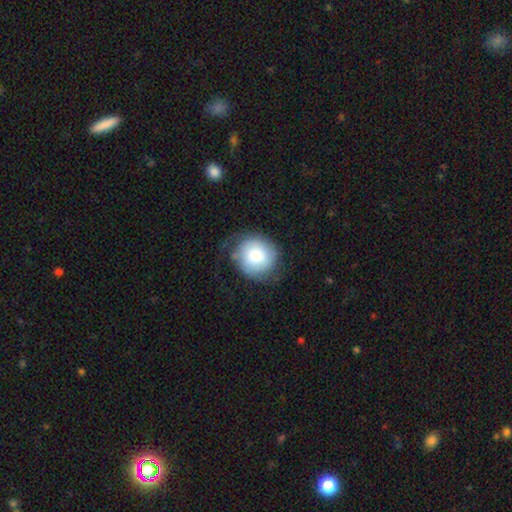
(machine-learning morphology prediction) Q: Smooth or featured?
A: smooth (65%); runner-up: featured or disk (28%)
Q: How rounded?
A: round (86%); runner-up: in between (13%)
Q: Merging?
A: none (58%); runner-up: minor disturbance (25%)